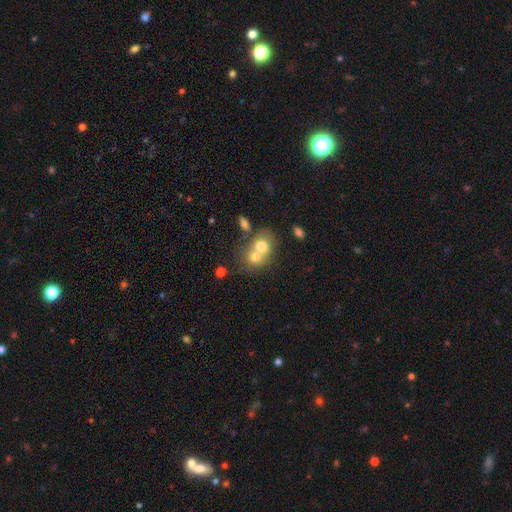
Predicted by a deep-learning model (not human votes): Morphology: type=smooth (65%); roundness=round (66%); merging=merger (63%).